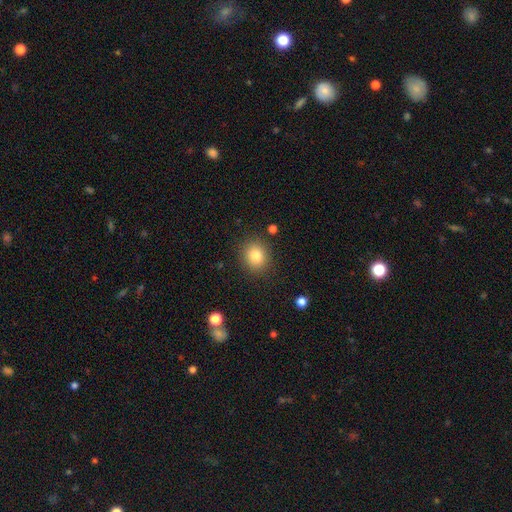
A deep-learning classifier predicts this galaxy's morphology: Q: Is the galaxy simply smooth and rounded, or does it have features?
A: smooth — 82%.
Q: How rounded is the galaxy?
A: round — 77%.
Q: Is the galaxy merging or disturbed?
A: none — 87%.